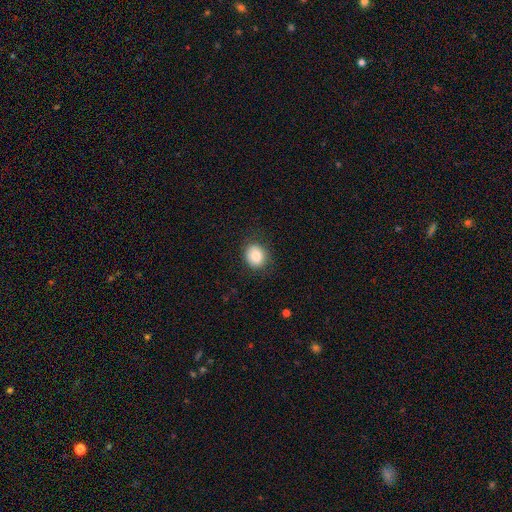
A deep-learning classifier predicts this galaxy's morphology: This is clearly a smooth galaxy (84%). How rounded: likely round (70%). Merging: clearly none (84%).